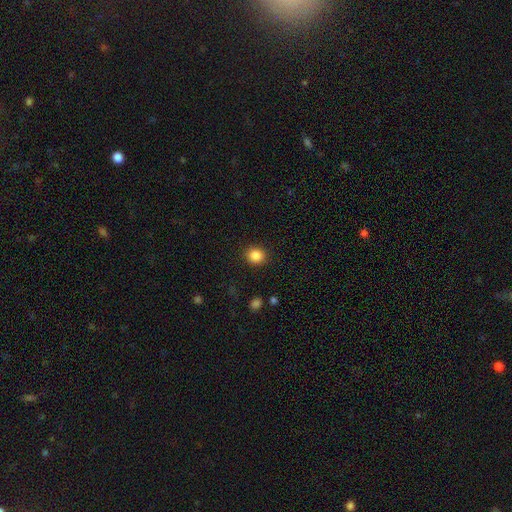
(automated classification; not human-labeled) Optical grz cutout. It shows a smooth galaxy with no disk features (86%) that is round (83%). Merging: none (90%).